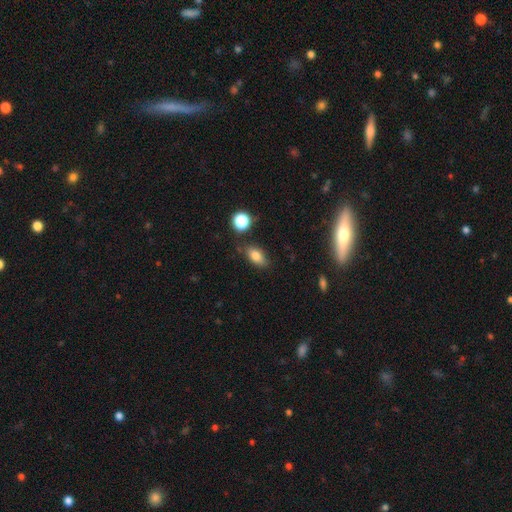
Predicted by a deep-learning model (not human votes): smooth_or_featured: smooth (p=0.80) [alt: star or artifact p=0.10]
how_rounded: in between (p=0.84) [alt: round p=0.09]
merging: none (p=0.76) [alt: minor disturbance p=0.15]